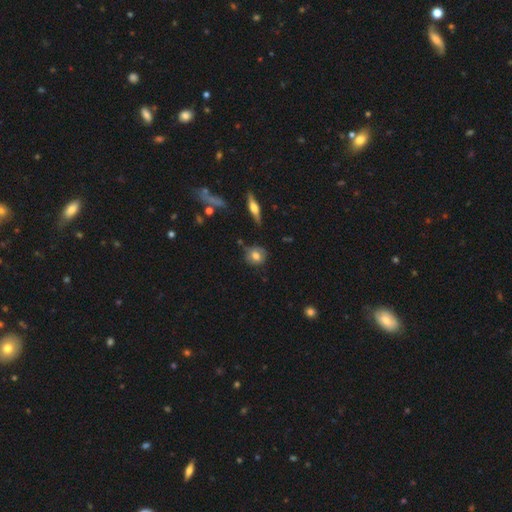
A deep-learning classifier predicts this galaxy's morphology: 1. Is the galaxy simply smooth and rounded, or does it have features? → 71% smooth, 20% featured or disk, 9% star or artifact.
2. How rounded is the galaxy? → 78% round, 21% in between, 2% cigar-shaped.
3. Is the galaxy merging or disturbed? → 75% none, 18% minor disturbance, 4% major disturbance, 4% merger.